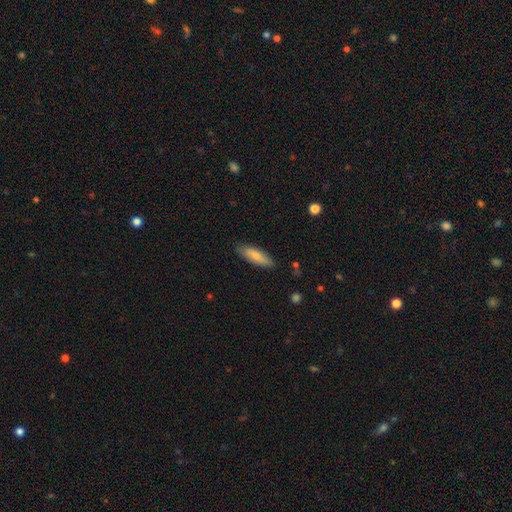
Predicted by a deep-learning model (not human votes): The model was most divided on "how rounded": in between: 53%, cigar-shaped: 45%, round: 2%. More confident: merging — none (82%); smooth or featured — smooth (80%).